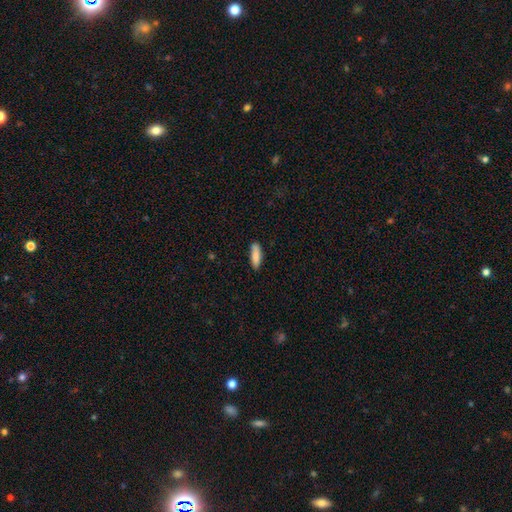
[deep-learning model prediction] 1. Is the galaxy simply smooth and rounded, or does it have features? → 86% smooth, 8% featured or disk, 6% star or artifact.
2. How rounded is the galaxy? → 55% cigar-shaped, 44% in between, 2% round.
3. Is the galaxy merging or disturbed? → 86% none, 11% minor disturbance, 2% major disturbance, 1% merger.